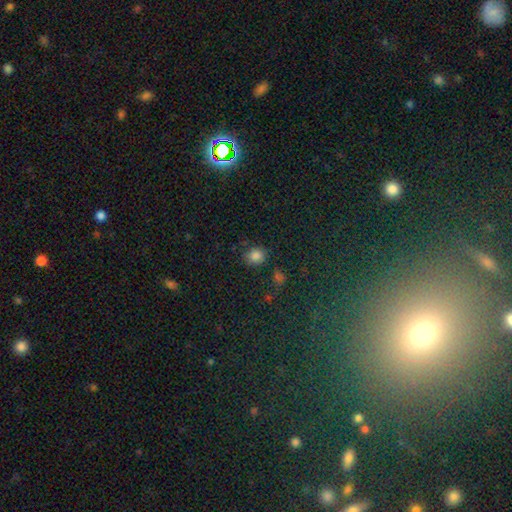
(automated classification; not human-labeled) A smooth galaxy with no disk features (82%) that is round (75%).

Vote fractions:
- Smooth or featured? smooth: 82% / star or artifact: 14% / featured or disk: 5%
- How rounded? round: 75% / in between: 24% / cigar-shaped: 1%
- Merging? none: 76% / minor disturbance: 15% / merger: 5% / major disturbance: 4%